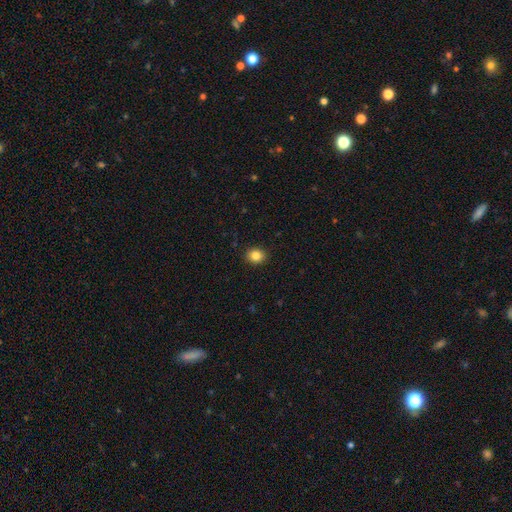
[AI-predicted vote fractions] Morphology: type=smooth (85%); roundness=round (66%); merging=none (91%).